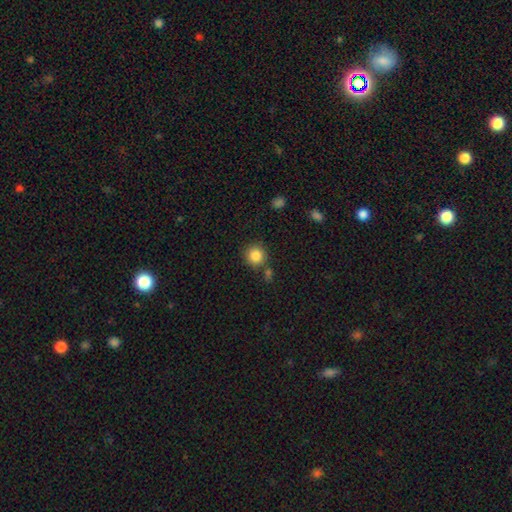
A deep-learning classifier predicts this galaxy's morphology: Smooth or featured? Predicted: smooth (p=0.85). How rounded? Predicted: round (p=0.92). Merging? Predicted: none (p=0.76).